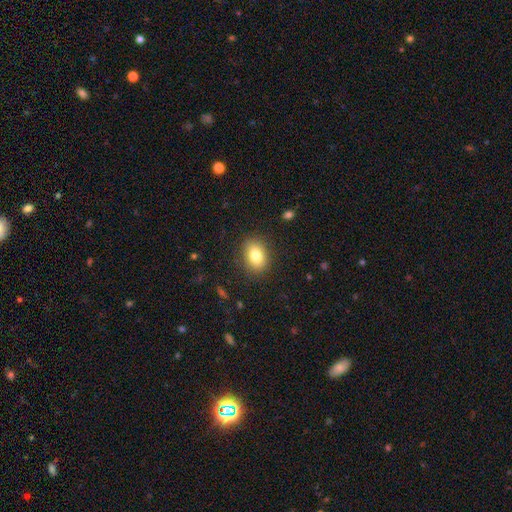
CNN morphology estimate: Overall: smooth (81%). How rounded: in between (71%). Merging: none (87%).